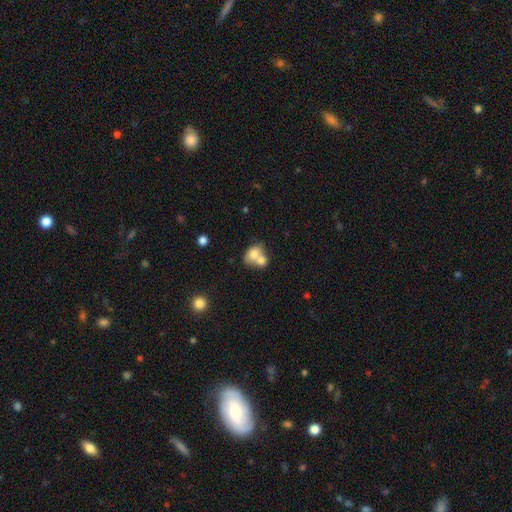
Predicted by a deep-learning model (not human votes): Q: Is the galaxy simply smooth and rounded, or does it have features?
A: smooth — 73%.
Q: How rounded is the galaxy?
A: in between — 57%.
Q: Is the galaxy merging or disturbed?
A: merger — 66%.